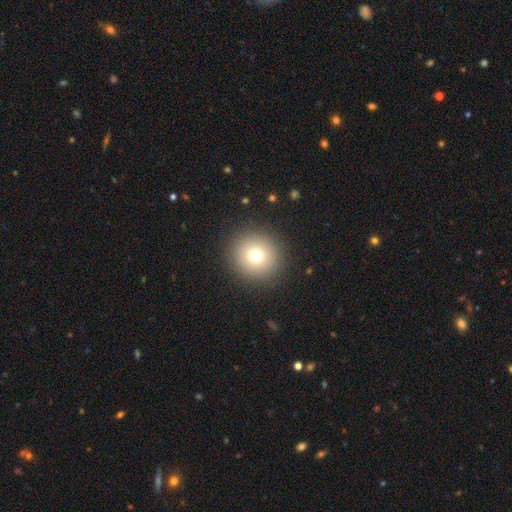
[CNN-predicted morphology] Smooth or featured? Predicted: smooth (p=0.74). How rounded? Predicted: round (p=0.94). Merging? Predicted: none (p=0.91).